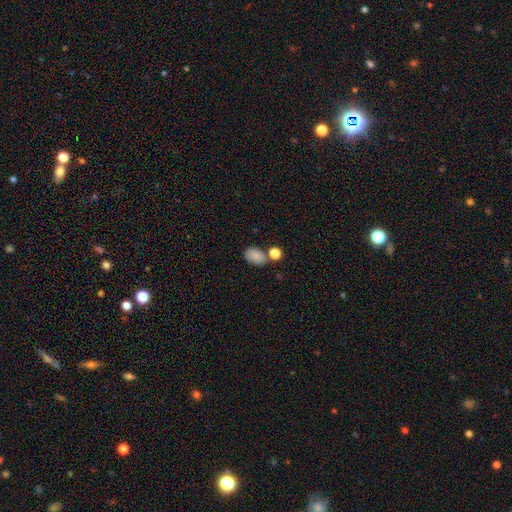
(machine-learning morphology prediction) smooth 84%, star or artifact 9%, featured or disk 7%. Down the decision tree: how rounded — in between (85%); merging — none (65%).